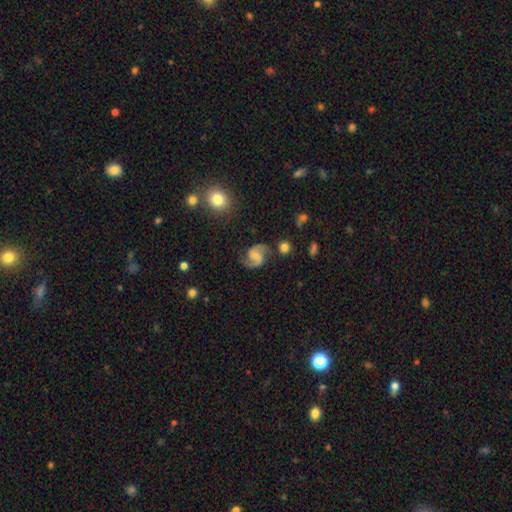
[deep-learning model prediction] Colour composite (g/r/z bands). It shows a featured or disk galaxy (84%) with a weak bar (49%), 2 (93%) medium (55%) spiral arms (97%) and a small central bulge (46%). Merging: none (78%).